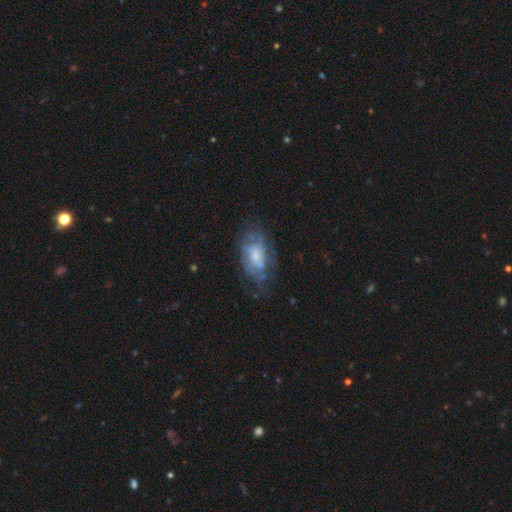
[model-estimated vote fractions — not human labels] This is possibly a featured or disk galaxy (55%). It is clearly not viewed edge-on (92%). Bar: likely no (75%). Spiral arm pattern: possibly yes (57%). Central bulge: marginally moderate (40%, tied with small). Merging: likely none (61%).